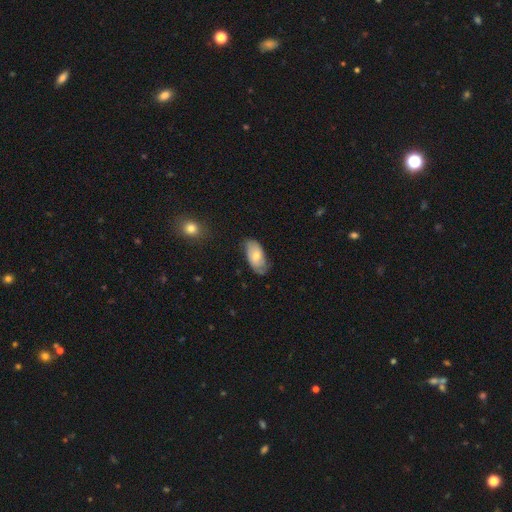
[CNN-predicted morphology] The model was most divided on "smooth or featured": smooth: 61%, featured or disk: 32%, star or artifact: 7%. More confident: how rounded — in between (93%); merging — none (65%).